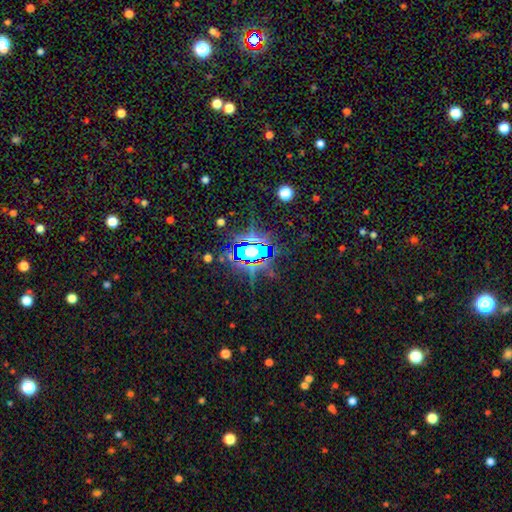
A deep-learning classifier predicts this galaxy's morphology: This appears to be a star or artifact, not a galaxy (76%).